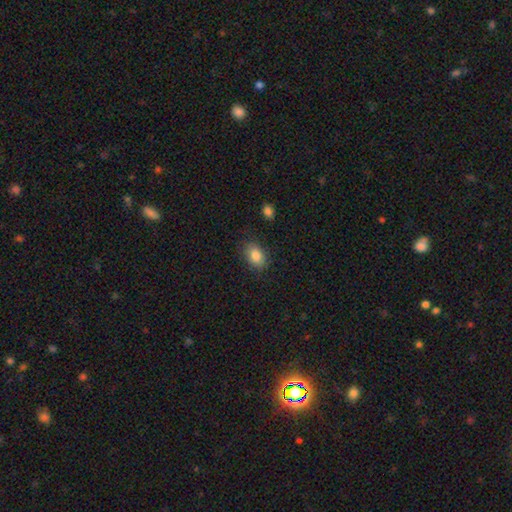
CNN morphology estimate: smooth-or-featured: smooth: 84% | star or artifact: 9% | featured or disk: 7%
  how-rounded: in between: 82% | round: 16% | cigar-shaped: 1%
  merging: none: 82% | minor disturbance: 13% | major disturbance: 3% | merger: 2%